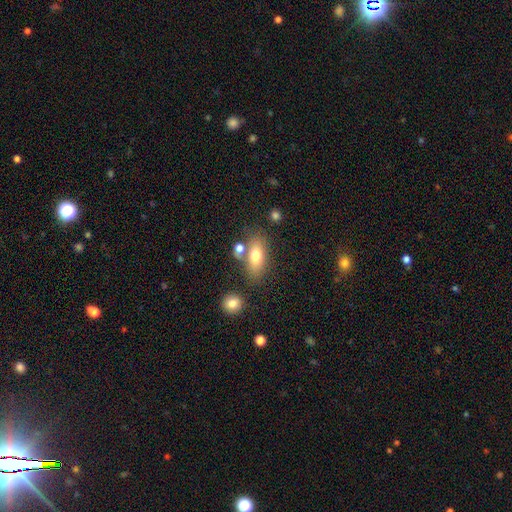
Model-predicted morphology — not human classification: Q: Smooth or featured?
A: smooth (72%); runner-up: featured or disk (19%)
Q: How rounded?
A: in between (81%); runner-up: cigar-shaped (11%)
Q: Merging?
A: none (63%); runner-up: merger (17%)